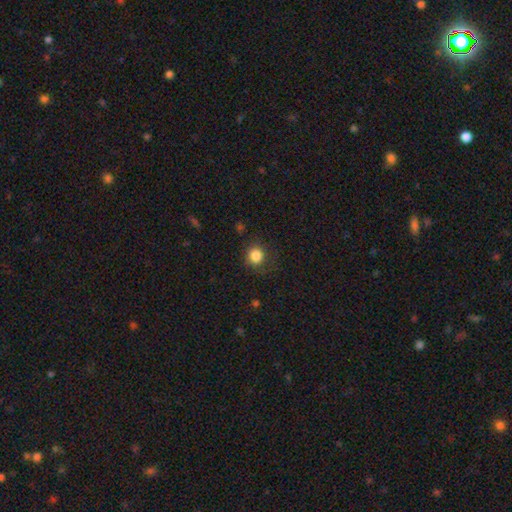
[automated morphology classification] Smooth or featured? Predicted: smooth (p=0.85). How rounded? Predicted: round (p=0.88). Merging? Predicted: none (p=0.83).